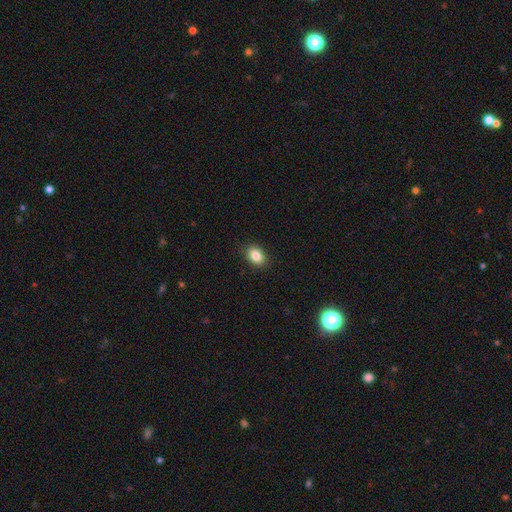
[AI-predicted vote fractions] This appears to be a smooth galaxy with no disk features (86%) that is in between round and cigar-shaped (80%). Merging: none (88%).